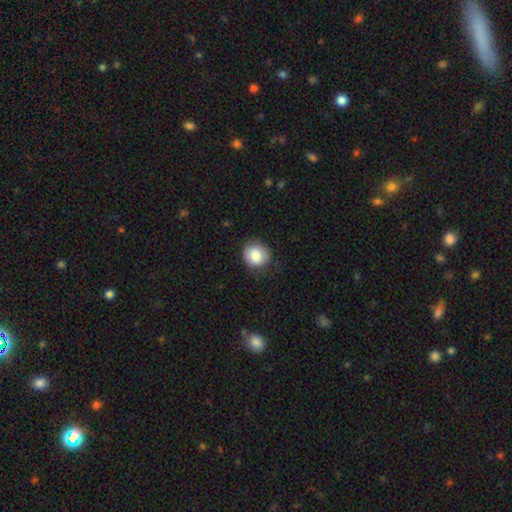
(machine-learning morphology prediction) Overall: smooth (84%). How rounded: round (82%). Merging: none (78%).